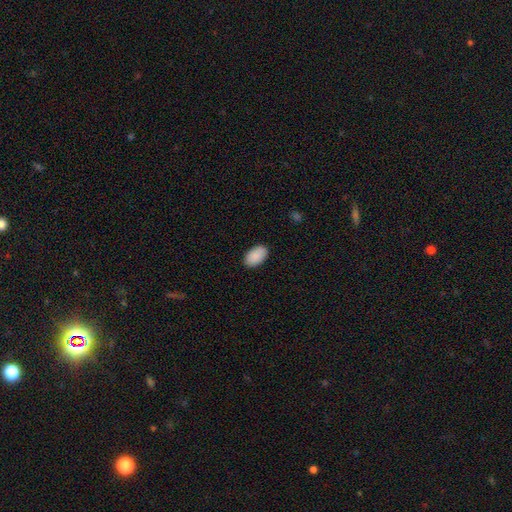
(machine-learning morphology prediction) Smooth or featured: smooth — 91% (star or artifact — 6%)
How rounded: in between — 94% (round — 5%)
Merging: none — 89% (minor disturbance — 8%)